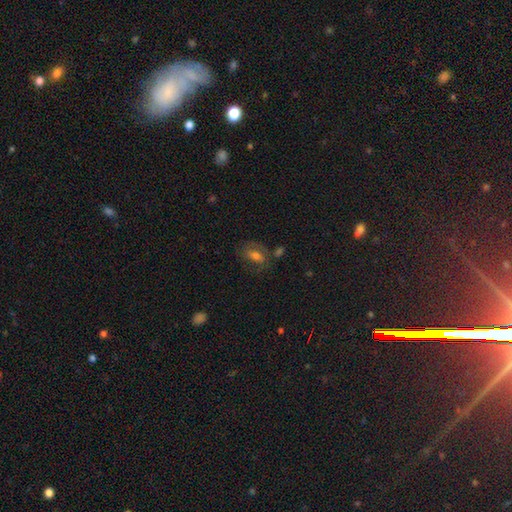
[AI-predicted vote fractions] Morphology: type=smooth (52%); roundness=in between (79%); merging=none (59%).